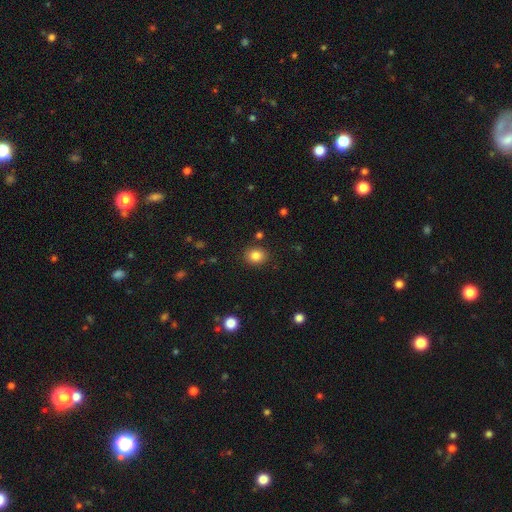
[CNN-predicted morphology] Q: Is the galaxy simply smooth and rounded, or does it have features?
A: smooth — 84%.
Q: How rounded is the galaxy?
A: round — 66%.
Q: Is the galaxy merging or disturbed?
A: none — 87%.